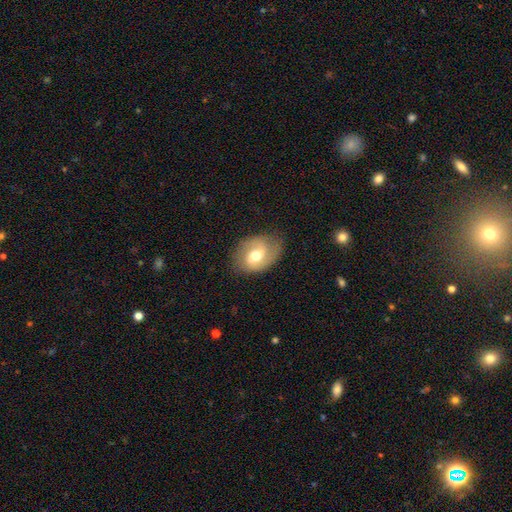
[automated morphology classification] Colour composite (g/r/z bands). It shows a featured or disk galaxy (53%) with a weak bar (47%), spiral arms (75%) and a moderate central bulge (74%). Merging: none (72%).